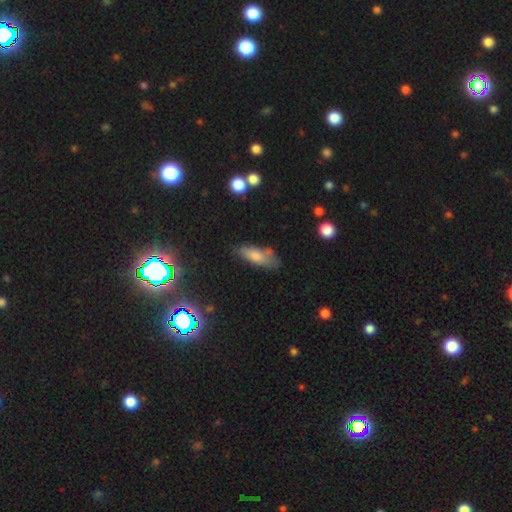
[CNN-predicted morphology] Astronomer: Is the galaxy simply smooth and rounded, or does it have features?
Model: smooth — 66%.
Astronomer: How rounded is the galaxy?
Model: in between — 68%.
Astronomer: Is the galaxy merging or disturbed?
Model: none — 61%.